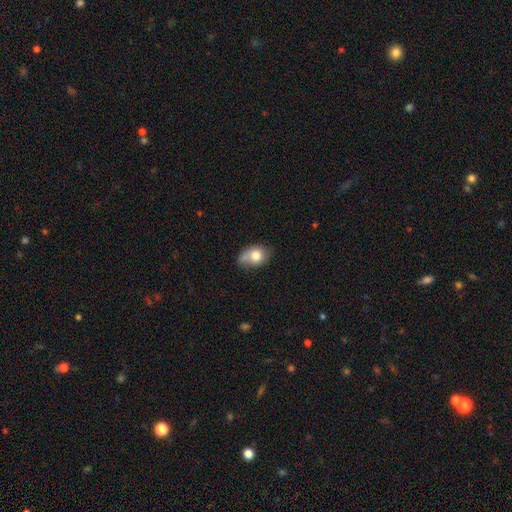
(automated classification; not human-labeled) smooth 75%, featured or disk 17%, star or artifact 9%. Down the decision tree: how rounded — in between (69%); merging — none (46%).